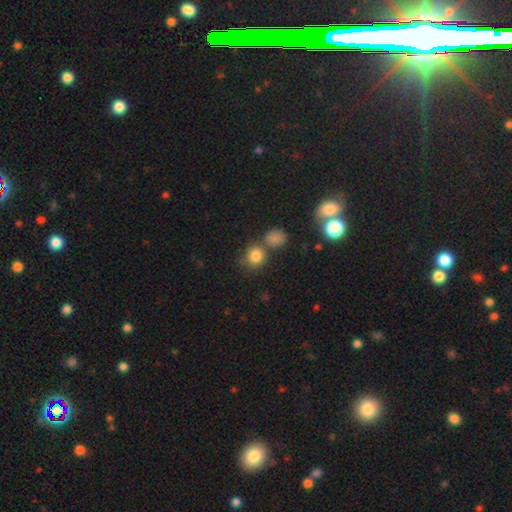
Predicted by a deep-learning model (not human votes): Smooth or featured?
  - smooth: 81% *
  - star or artifact: 12%
  - featured or disk: 7%
How rounded?
  - round: 79% *
  - in between: 20%
  - cigar-shaped: 1%
Merging?
  - none: 58% *
  - merger: 27%
  - minor disturbance: 10%
  - major disturbance: 4%